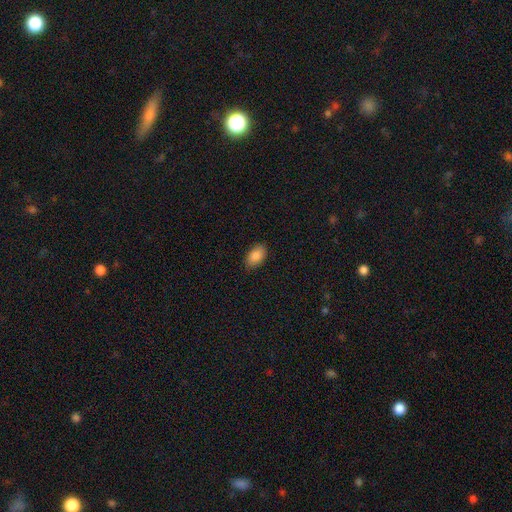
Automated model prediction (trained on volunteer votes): smooth-or-featured: smooth: 88% | star or artifact: 7% | featured or disk: 5%
  how-rounded: in between: 93% | round: 6% | cigar-shaped: 2%
  merging: none: 87% | minor disturbance: 10% | major disturbance: 2% | merger: 1%